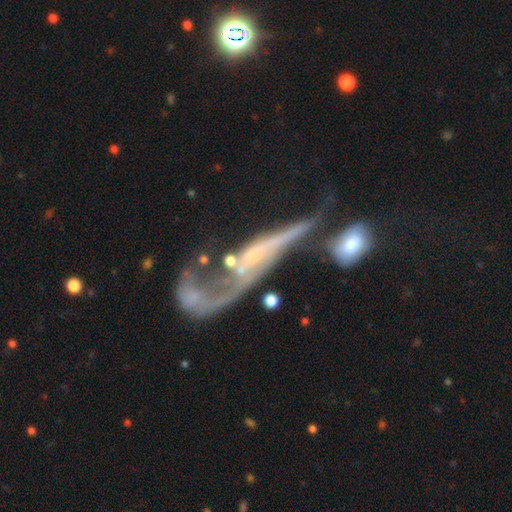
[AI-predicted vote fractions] A featured or disk galaxy (74%) with no bar (71%), spiral arms (54%) and a small central bulge (49%). Merging: merger (40%).